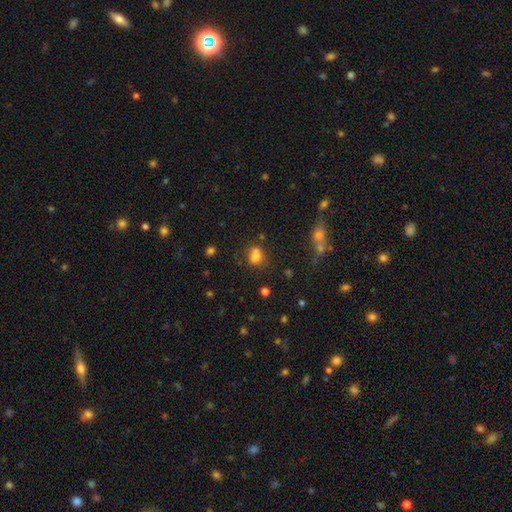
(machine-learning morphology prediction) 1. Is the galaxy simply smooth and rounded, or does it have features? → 73% smooth, 16% star or artifact, 10% featured or disk.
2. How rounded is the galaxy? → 55% in between, 43% round, 2% cigar-shaped.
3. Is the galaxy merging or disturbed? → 56% none, 20% merger, 17% minor disturbance, 7% major disturbance.